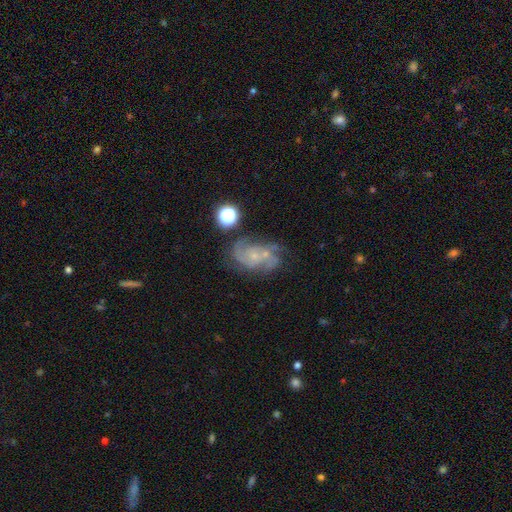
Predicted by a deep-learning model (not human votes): This is likely a featured or disk galaxy (77%). It is clearly not viewed edge-on (97%). Bar: likely no (71%). Spiral arm pattern: clearly yes (92%). Spiral arm count: marginally 2 (31%). Spiral winding: possibly medium (46%). Central bulge: likely small (74%). Merging: possibly none (53%).